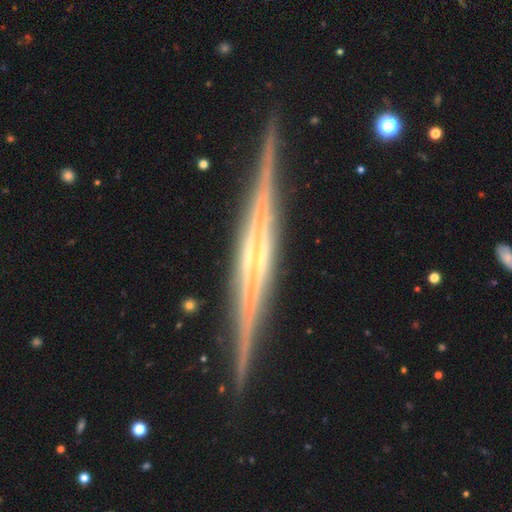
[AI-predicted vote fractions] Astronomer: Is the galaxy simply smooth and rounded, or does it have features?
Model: featured or disk — 87%.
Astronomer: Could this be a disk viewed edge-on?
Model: yes — 98%.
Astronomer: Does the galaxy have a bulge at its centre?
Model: boxy — 40% (runner-up: rounded, 30%).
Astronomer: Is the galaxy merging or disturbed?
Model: none — 90%.